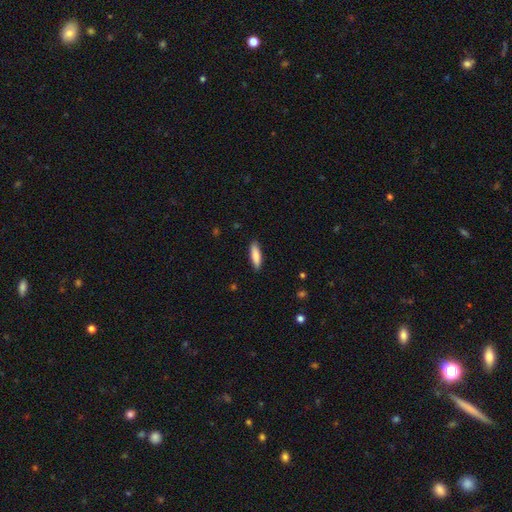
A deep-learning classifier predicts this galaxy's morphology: smooth 84%, featured or disk 10%, star or artifact 6%. Down the decision tree: how rounded — cigar-shaped (61%); merging — none (88%).